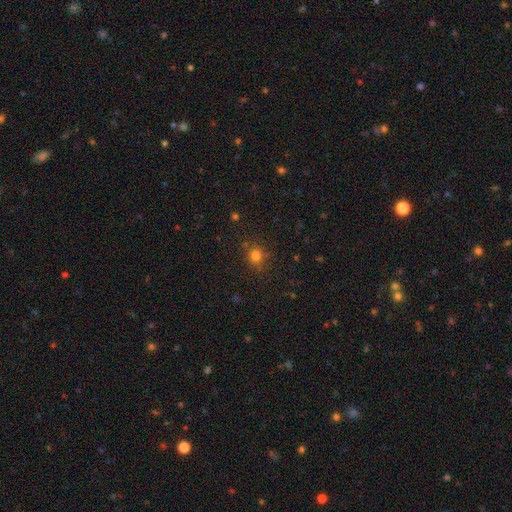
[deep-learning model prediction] smooth_or_featured: smooth (p=0.77) [alt: star or artifact p=0.17]
how_rounded: round (p=0.87) [alt: in between p=0.12]
merging: none (p=0.83) [alt: minor disturbance p=0.11]